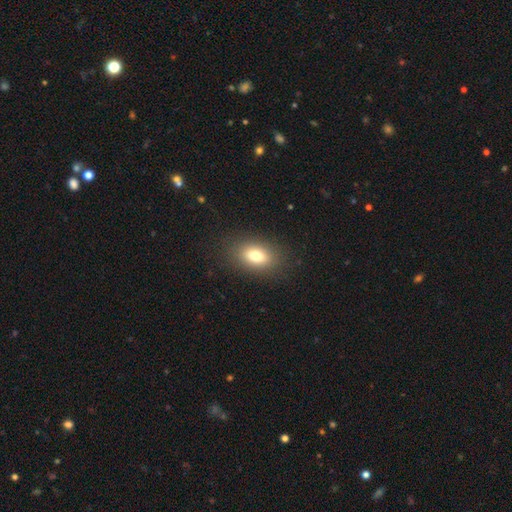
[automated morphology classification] The model was most divided on "smooth or featured": smooth: 77%, featured or disk: 13%, star or artifact: 10%. More confident: merging — none (86%); how rounded — in between (84%).